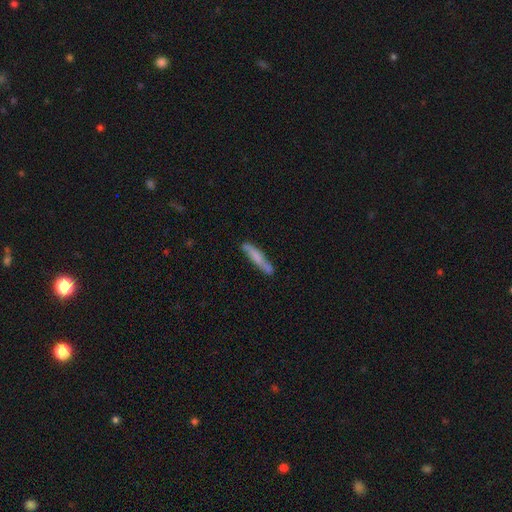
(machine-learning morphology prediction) Smooth or featured? smooth (64%)
How rounded? cigar-shaped (89%)
Merging? none (73%)